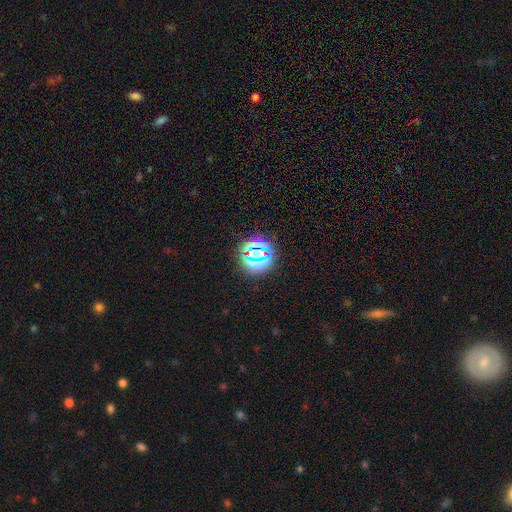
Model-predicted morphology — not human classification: Overall: star or artifact (78%).